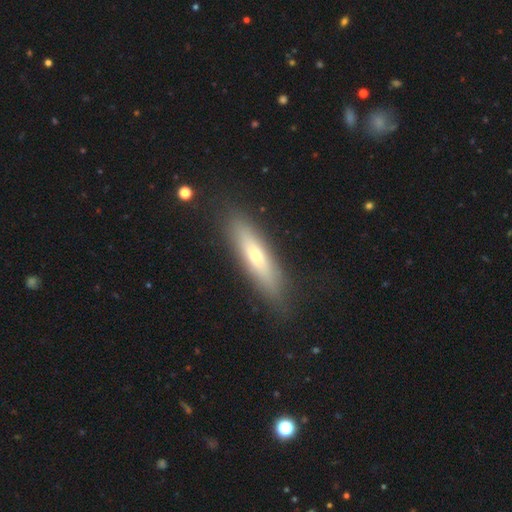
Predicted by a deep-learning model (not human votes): Smooth or featured?
  - smooth: 59% *
  - featured or disk: 34%
  - star or artifact: 7%
How rounded?
  - cigar-shaped: 76% *
  - in between: 22%
  - round: 2%
Merging?
  - none: 85% *
  - minor disturbance: 11%
  - major disturbance: 3%
  - merger: 1%